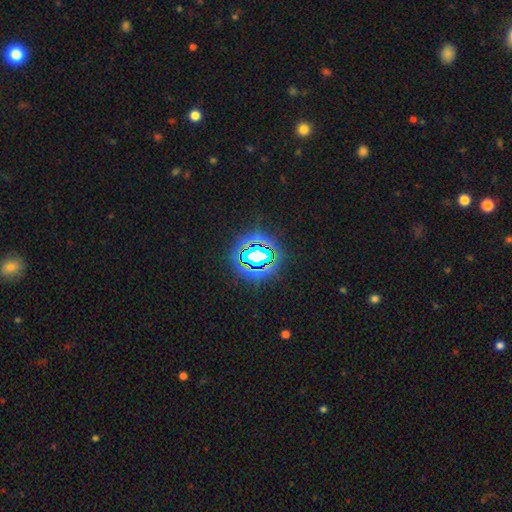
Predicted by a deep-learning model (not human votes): smooth-or-featured: star or artifact: 68% | smooth: 19% | featured or disk: 13%